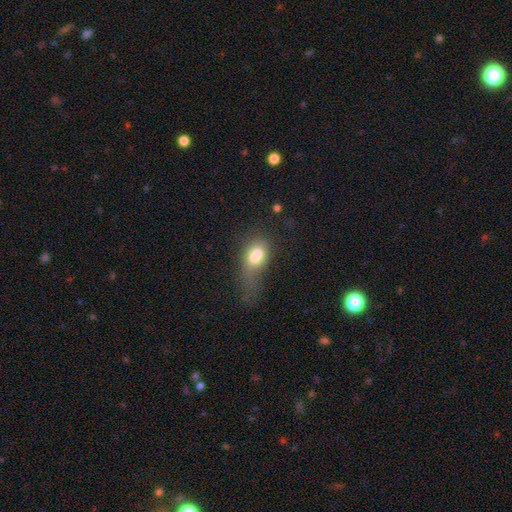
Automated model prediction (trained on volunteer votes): Smooth or featured?
  - smooth: 71% *
  - featured or disk: 19%
  - star or artifact: 10%
How rounded?
  - in between: 78% *
  - round: 17%
  - cigar-shaped: 5%
Merging?
  - major disturbance: 42% *
  - minor disturbance: 22%
  - none: 19%
  - merger: 17%